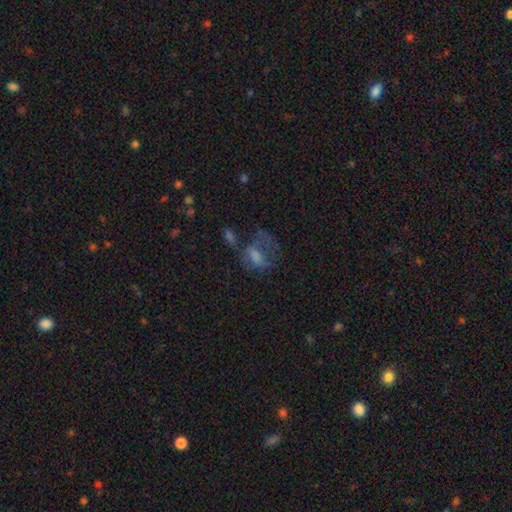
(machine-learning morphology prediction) Smooth or featured: smooth — 42% (featured or disk — 37%)
Merging: major disturbance — 42% (none — 30%)